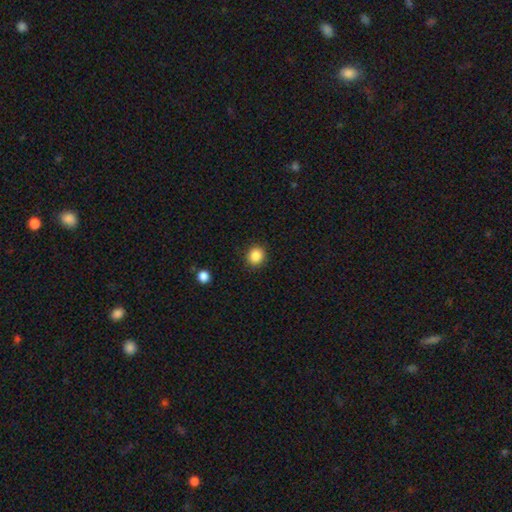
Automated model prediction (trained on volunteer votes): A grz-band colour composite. It shows a smooth galaxy with no disk features (87%) that is round (85%). Merging: none (91%).